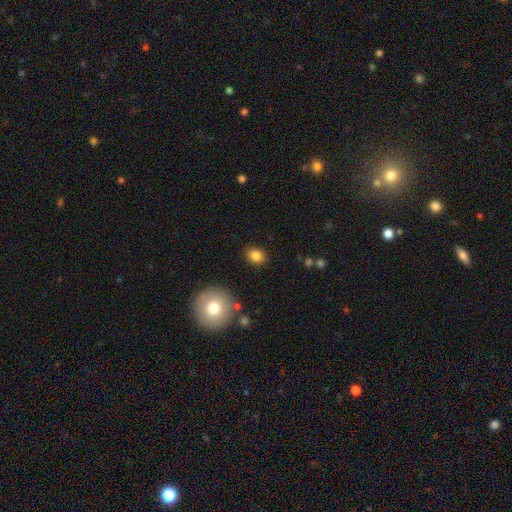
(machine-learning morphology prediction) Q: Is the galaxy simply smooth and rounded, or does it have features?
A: smooth — 83%.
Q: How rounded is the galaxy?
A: in between — 50%.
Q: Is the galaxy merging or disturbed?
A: none — 87%.